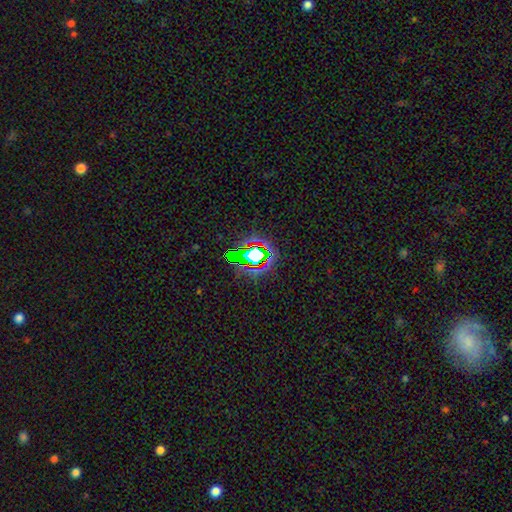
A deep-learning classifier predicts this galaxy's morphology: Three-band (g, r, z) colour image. It shows a star or artifact, not a galaxy (66%).